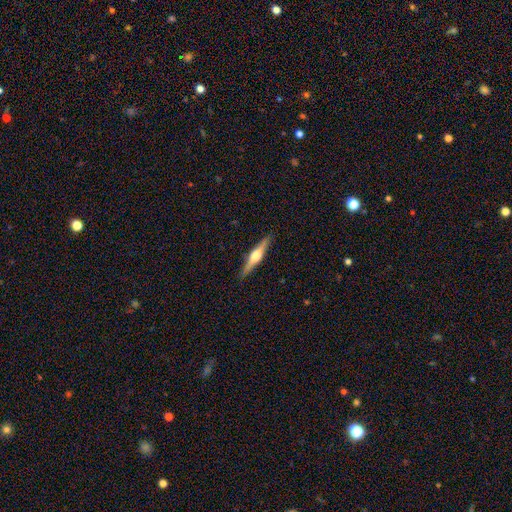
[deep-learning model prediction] This appears to be a featured or disk galaxy (73%) viewed edge-on (98%) with a rounded central bulge (93%). Merging: none (90%).